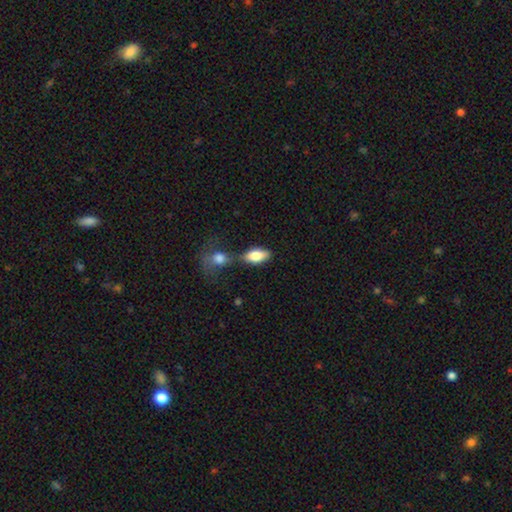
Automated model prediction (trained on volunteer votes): Smooth or featured? Predicted: smooth (p=0.79). How rounded? Predicted: in between (p=0.89). Merging? Predicted: none (p=0.50).